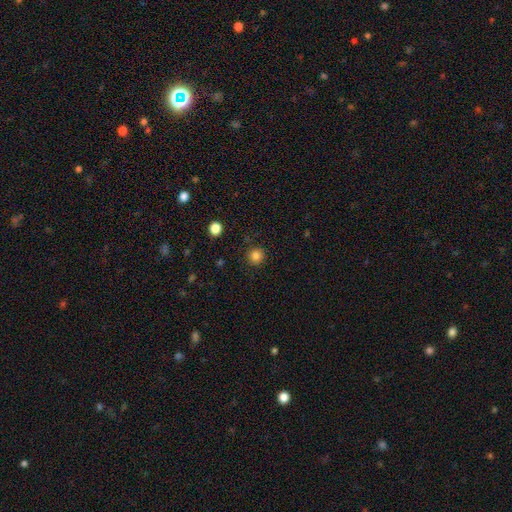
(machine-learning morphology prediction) This appears to be a smooth galaxy with no disk features (84%) that is round (94%). Merging: none (90%).